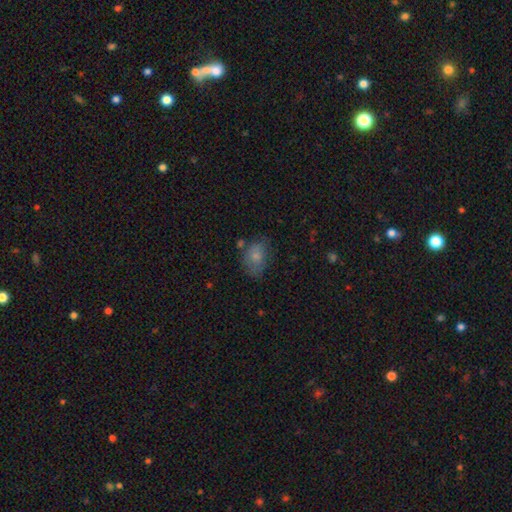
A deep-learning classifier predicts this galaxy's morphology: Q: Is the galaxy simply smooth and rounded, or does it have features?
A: smooth — 74%.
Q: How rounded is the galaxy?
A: in between — 74%.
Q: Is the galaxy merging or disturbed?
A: none — 55%.